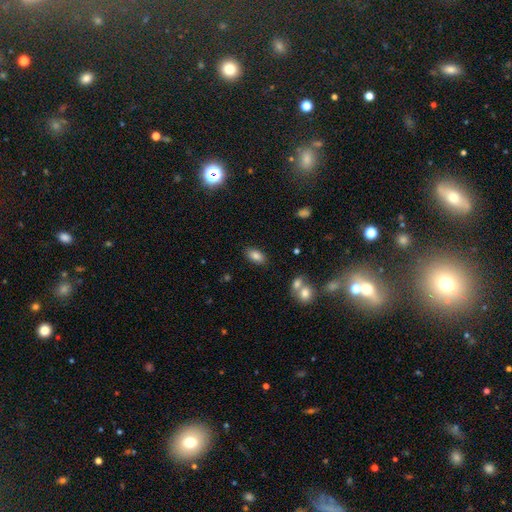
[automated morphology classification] Smooth or featured? smooth (83%)
How rounded? in between (91%)
Merging? none (84%)